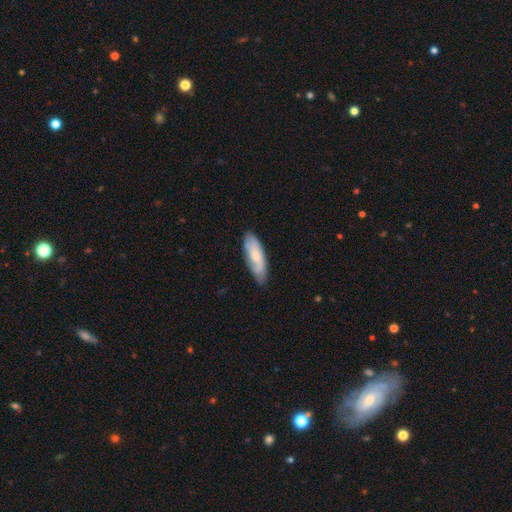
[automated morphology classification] Overall: smooth (62%; featured or disk 33%). How rounded: in between (59%; cigar-shaped 39%). Merging: none (74%).